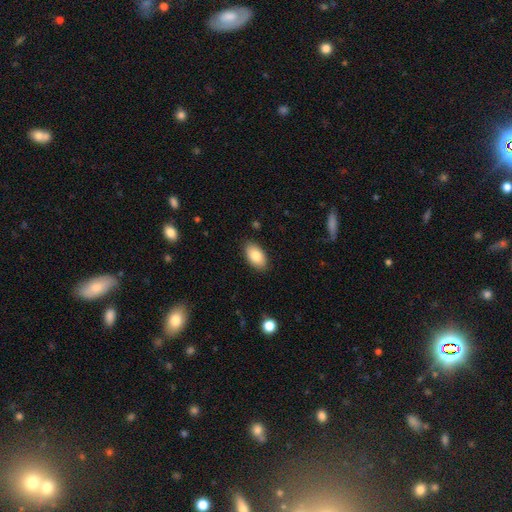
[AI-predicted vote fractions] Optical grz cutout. It shows a smooth galaxy with no disk features (83%) that is in between round and cigar-shaped (94%). Merging: none (87%).